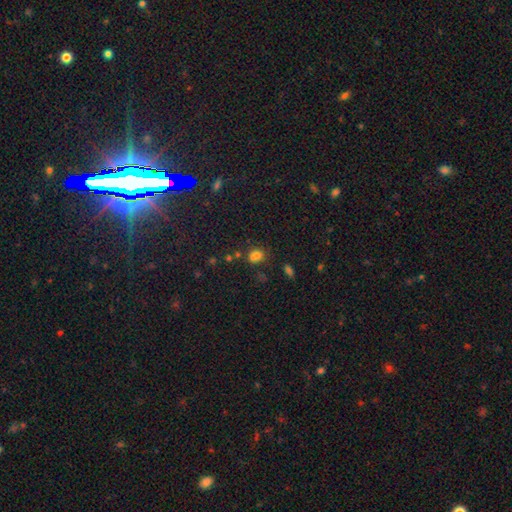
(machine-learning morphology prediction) Smooth or featured? smooth (70%)
How rounded? in between (61%)
Merging? none (60%)